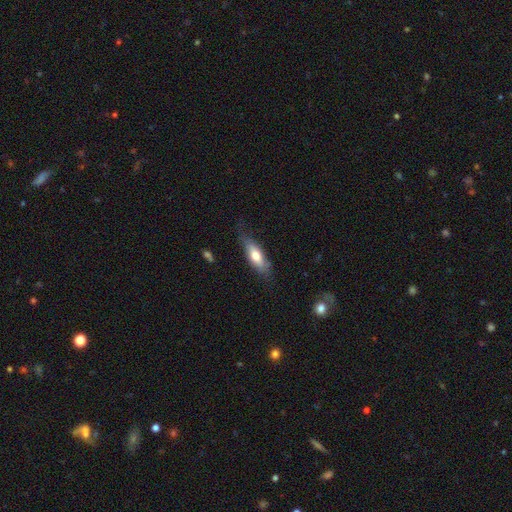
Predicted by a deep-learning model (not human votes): Smooth or featured?
  - smooth: 67% *
  - featured or disk: 27%
  - star or artifact: 6%
How rounded?
  - in between: 61% *
  - cigar-shaped: 37%
  - round: 2%
Merging?
  - none: 62% *
  - minor disturbance: 28%
  - major disturbance: 8%
  - merger: 2%